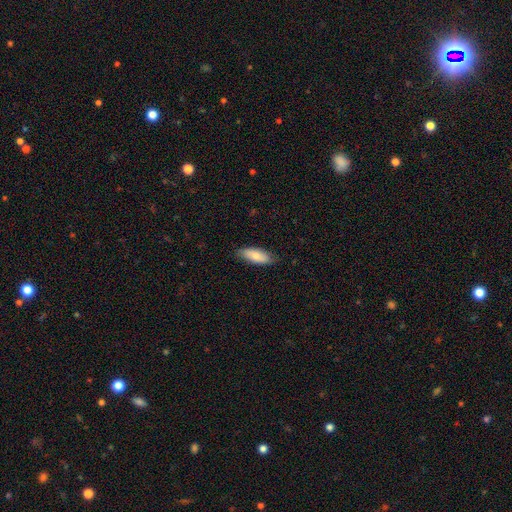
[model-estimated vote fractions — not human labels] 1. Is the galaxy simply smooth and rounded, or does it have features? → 76% smooth, 18% featured or disk, 6% star or artifact.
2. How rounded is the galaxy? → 76% in between, 22% cigar-shaped, 2% round.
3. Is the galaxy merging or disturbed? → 83% none, 14% minor disturbance, 2% major disturbance, 1% merger.